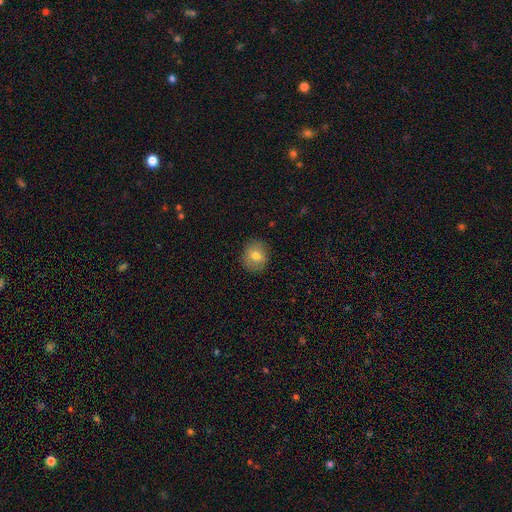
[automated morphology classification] This appears to be a smooth galaxy with no disk features (75%) that is round (78%). Merging: none (88%).